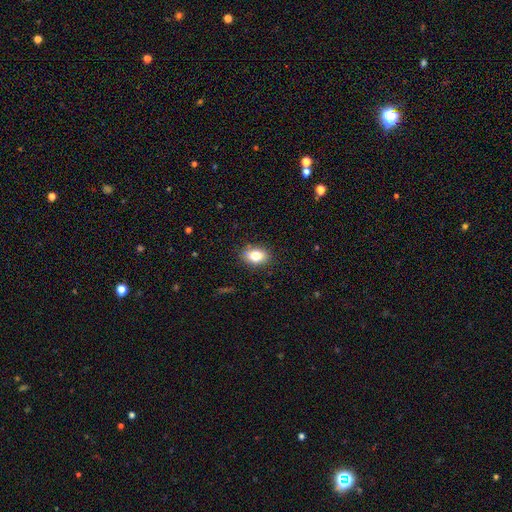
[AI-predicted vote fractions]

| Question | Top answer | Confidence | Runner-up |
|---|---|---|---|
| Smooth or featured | smooth | 80% | featured or disk (11%) |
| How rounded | in between | 80% | round (18%) |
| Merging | none | 84% | minor disturbance (12%) |